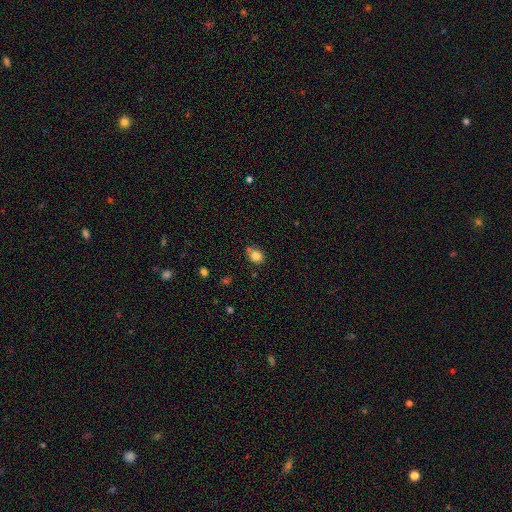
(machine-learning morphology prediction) Smooth or featured: smooth — 84% (star or artifact — 11%)
How rounded: round — 62% (in between — 37%)
Merging: none — 68% (minor disturbance — 17%)